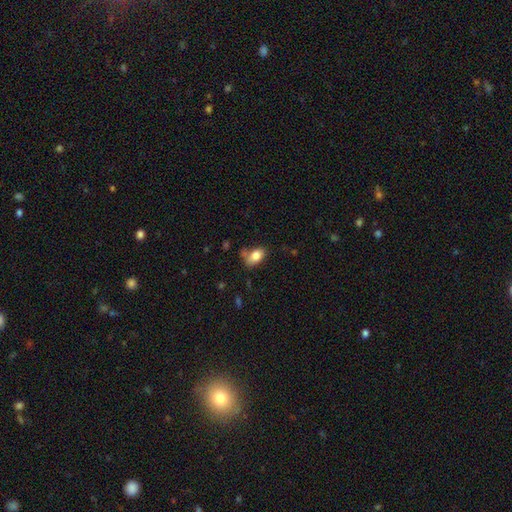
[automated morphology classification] This appears to be a smooth galaxy with no disk features (82%) that is in between round and cigar-shaped (88%). Merging: none (58%).